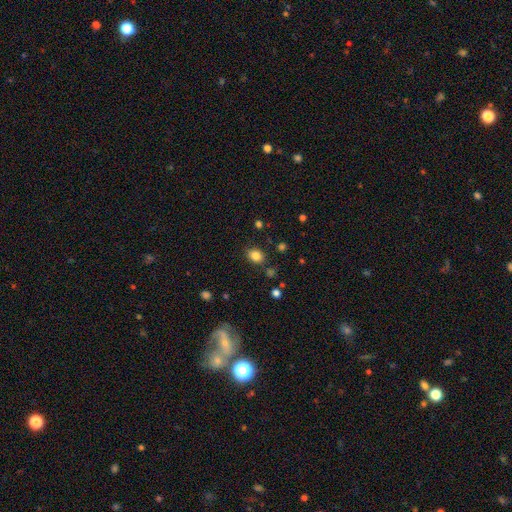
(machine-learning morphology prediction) type=smooth (83%); roundness=in between (52%); merging=none (81%).